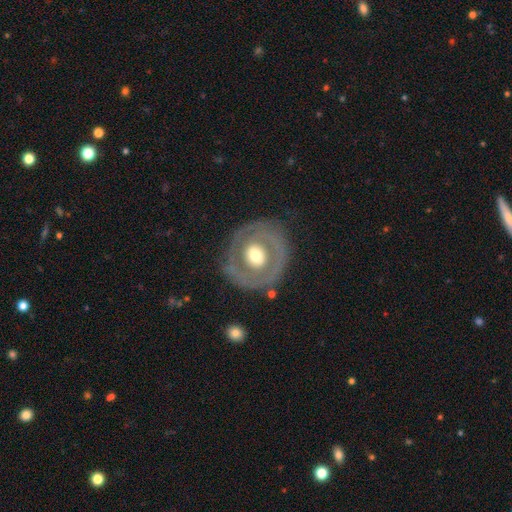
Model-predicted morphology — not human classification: Smooth or featured: featured or disk — 67% (smooth — 28%)
Edge-on disk: no — 96% (yes — 4%)
Bar: no — 68% (weak — 22%)
Spiral arms: no — 61% (yes — 39%)
Bulge size: moderate — 61% (large — 25%)
Merging: none — 79% (minor disturbance — 12%)